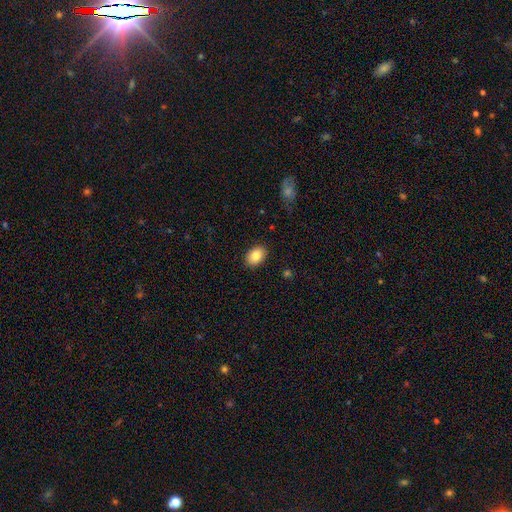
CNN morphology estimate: Smooth or featured? smooth (85%)
How rounded? in between (78%)
Merging? none (88%)